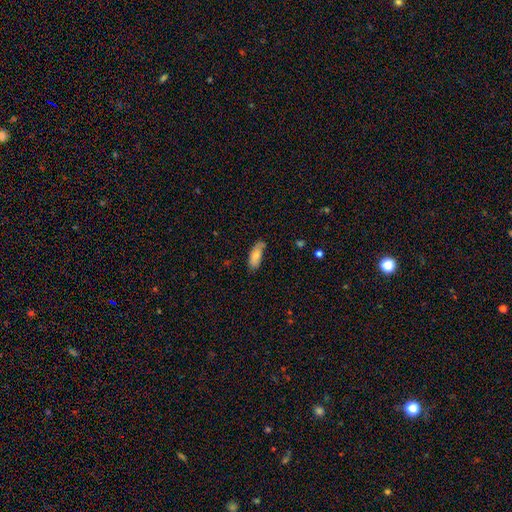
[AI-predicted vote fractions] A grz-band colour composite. It shows a smooth galaxy with no disk features (78%) that is in between round and cigar-shaped (77%). Merging: none (66%).